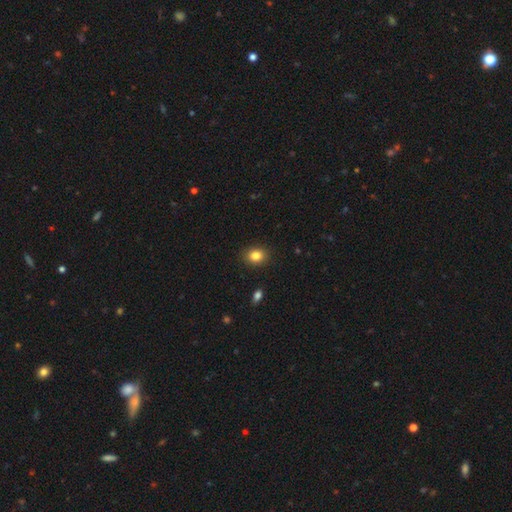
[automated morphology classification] smooth 84%, star or artifact 10%, featured or disk 6%. Down the decision tree: how rounded — round (54%); merging — none (90%).